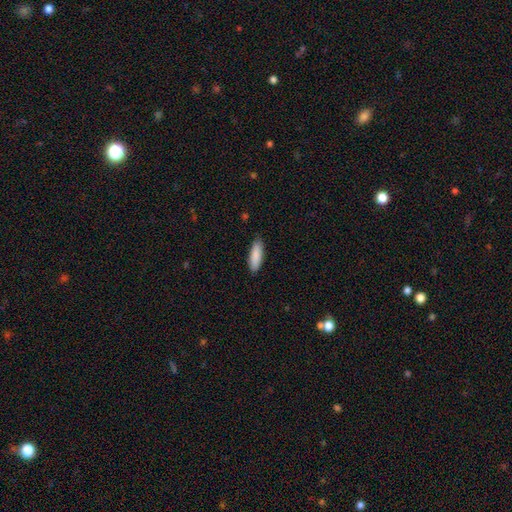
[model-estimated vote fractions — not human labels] smooth_or_featured: smooth (p=0.88) [alt: featured or disk p=0.06]
how_rounded: in between (p=0.52) [alt: cigar-shaped p=0.46]
merging: none (p=0.88) [alt: minor disturbance p=0.10]